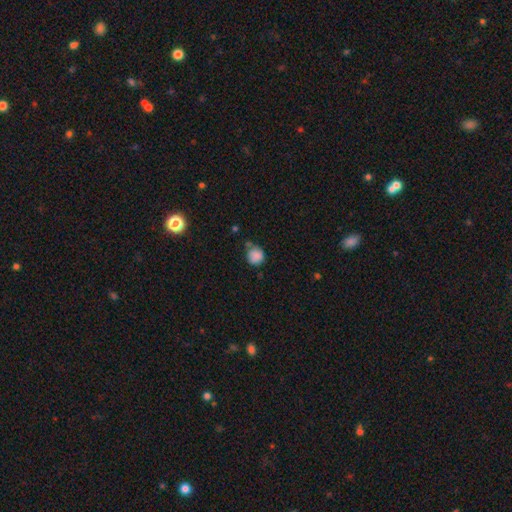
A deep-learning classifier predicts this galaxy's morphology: This appears to be a smooth galaxy with no disk features (83%) that is round (85%). Merging: none (55%).